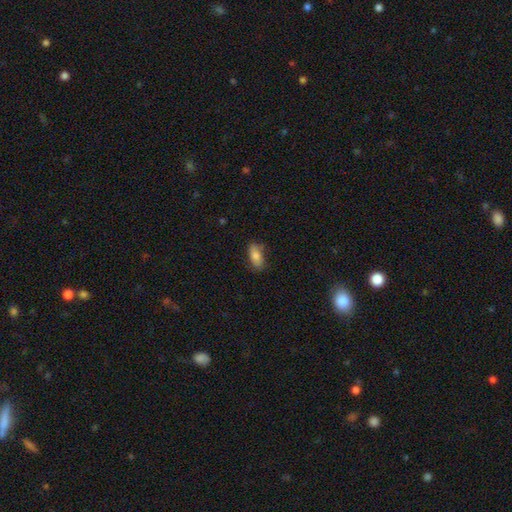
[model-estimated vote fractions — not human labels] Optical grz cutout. It shows a smooth galaxy with no disk features (82%) that is in between round and cigar-shaped (84%). Merging: none (78%).